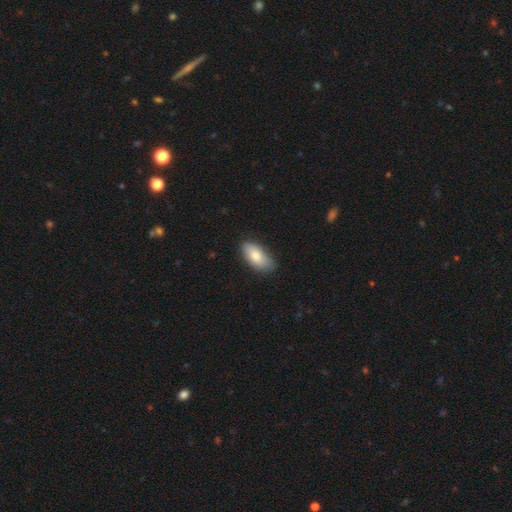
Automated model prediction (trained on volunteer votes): The model was most divided on "merging": none: 81%, minor disturbance: 16%, major disturbance: 2%, merger: 1%. More confident: how rounded — in between (92%); smooth or featured — smooth (81%).